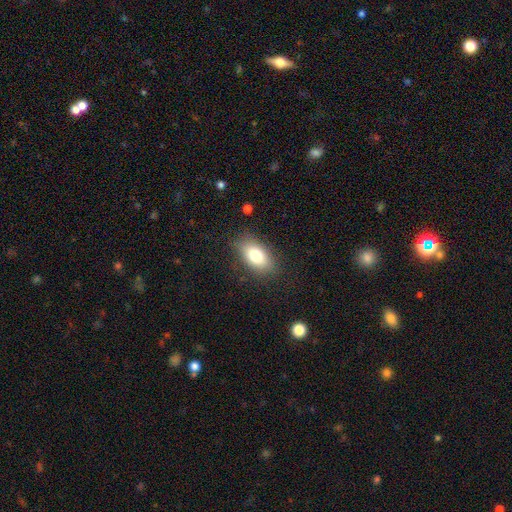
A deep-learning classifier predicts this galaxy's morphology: The model was most divided on "smooth or featured": smooth: 79%, featured or disk: 13%, star or artifact: 8%. More confident: how rounded — in between (90%); merging — none (82%).